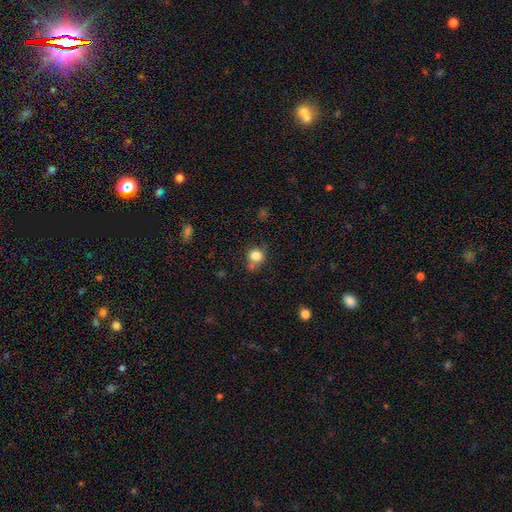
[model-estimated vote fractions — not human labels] A smooth galaxy with no disk features (82%) that is round (85%).

Vote fractions:
- Smooth or featured? smooth: 82% / star or artifact: 11% / featured or disk: 6%
- How rounded? round: 85% / in between: 14% / cigar-shaped: 1%
- Merging? none: 67% / minor disturbance: 15% / merger: 14% / major disturbance: 4%